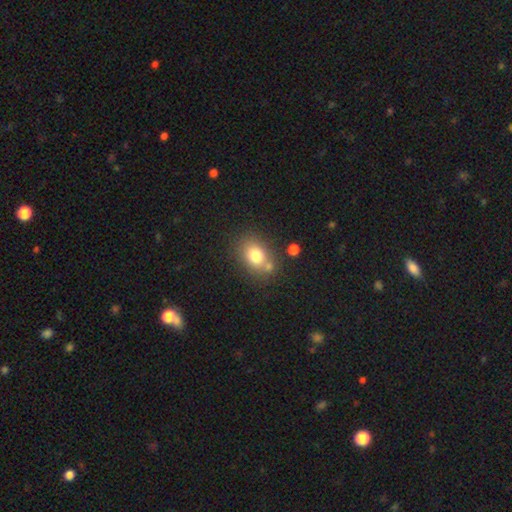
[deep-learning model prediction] Overall: smooth (77%). How rounded: in between (63%; round 35%). Merging: none (66%).